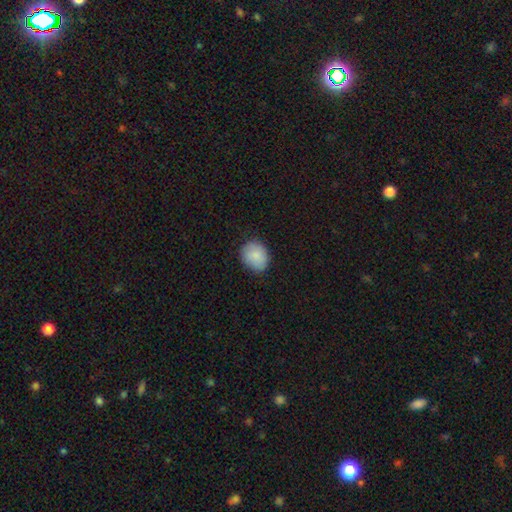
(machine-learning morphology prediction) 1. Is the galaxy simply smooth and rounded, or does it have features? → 86% smooth, 7% star or artifact, 7% featured or disk.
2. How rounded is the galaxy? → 62% round, 37% in between, 1% cigar-shaped.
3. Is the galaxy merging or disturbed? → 80% none, 16% minor disturbance, 3% major disturbance, 1% merger.